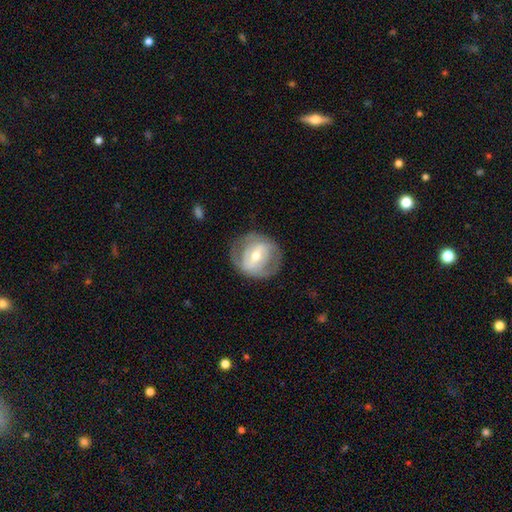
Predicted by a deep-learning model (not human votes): A featured or disk galaxy (69%) with a weak bar (40%), spiral arms (61%) and a moderate central bulge (62%). Merging: none (73%).